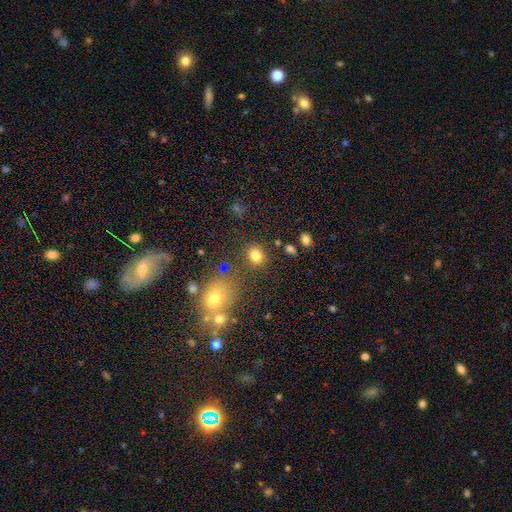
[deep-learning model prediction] A smooth galaxy with no disk features (80%) that is round (68%).

Vote fractions:
- Smooth or featured? smooth: 80% / star or artifact: 13% / featured or disk: 7%
- How rounded? round: 68% / in between: 31% / cigar-shaped: 1%
- Merging? none: 76% / minor disturbance: 11% / merger: 8% / major disturbance: 5%